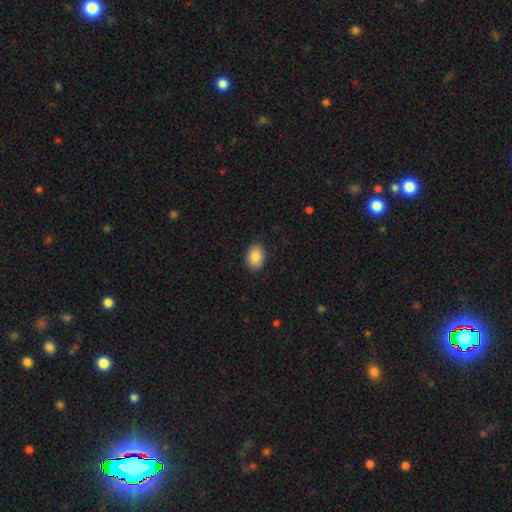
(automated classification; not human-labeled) Smooth or featured: smooth — 87% (star or artifact — 7%)
How rounded: in between — 76% (round — 23%)
Merging: none — 89% (minor disturbance — 8%)